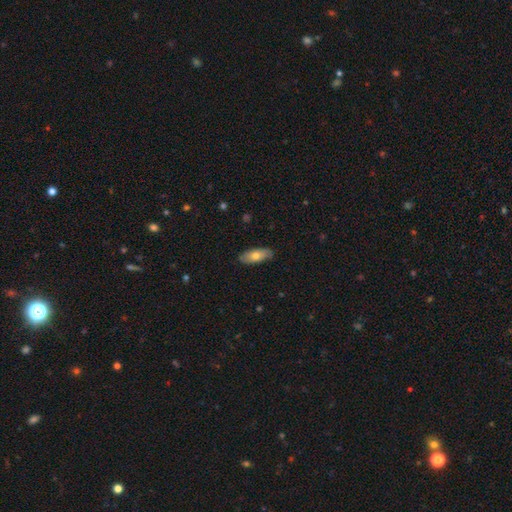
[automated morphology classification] Q: Smooth or featured?
A: smooth (64%); runner-up: featured or disk (30%)
Q: How rounded?
A: in between (79%); runner-up: cigar-shaped (18%)
Q: Merging?
A: none (85%); runner-up: minor disturbance (12%)